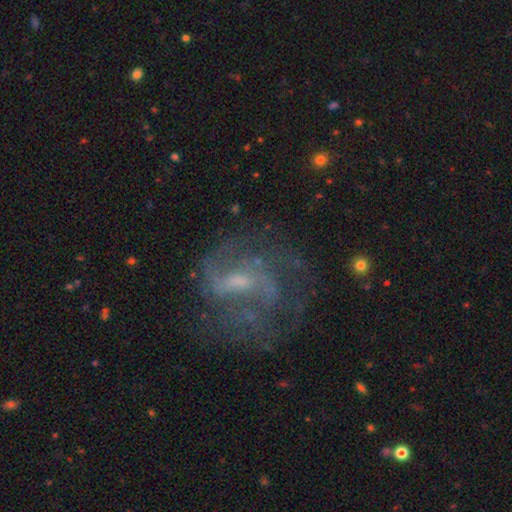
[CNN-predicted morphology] The model was most divided on "spiral arm count": 2: 41%, can't tell: 29%, 3: 14%, 1: 6%, 4: 6%, more than 4: 5%. Remaining: edge-on disk — no (96%); spiral arms — yes (88%); smooth or featured — featured or disk (74%); merging — none (66%); bulge size — small (54%); bar — weak (53%); spiral winding — medium (46%).